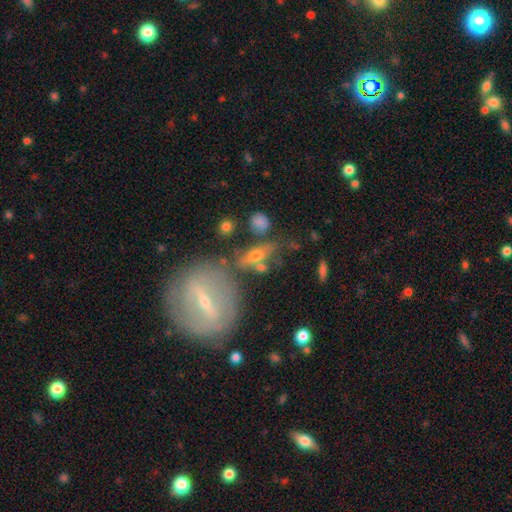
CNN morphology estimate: Smooth or featured? featured or disk (48%)
Merging? none (55%)